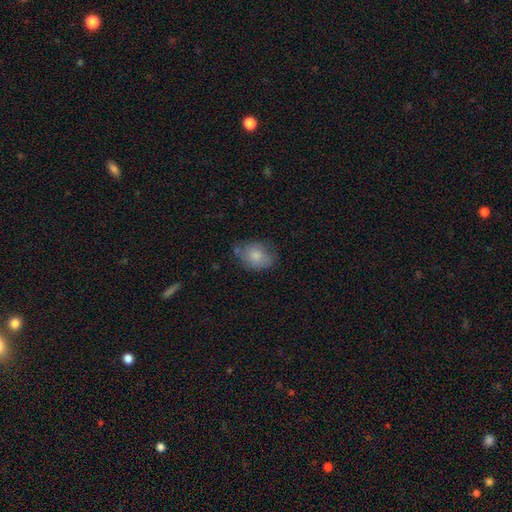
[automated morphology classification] The model was most divided on "merging": none: 60%, minor disturbance: 28%, major disturbance: 7%, merger: 4%. More confident: smooth or featured — smooth (78%); how rounded — in between (67%).